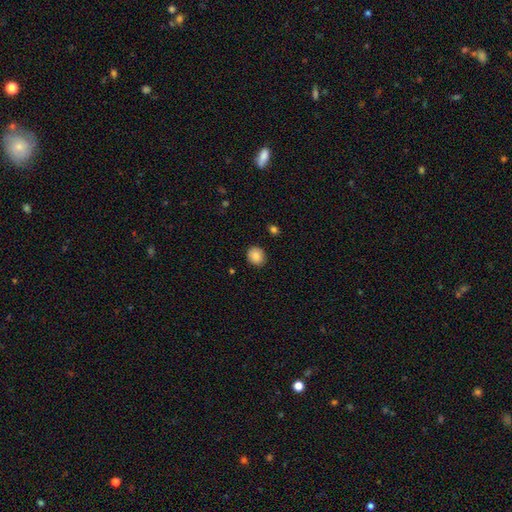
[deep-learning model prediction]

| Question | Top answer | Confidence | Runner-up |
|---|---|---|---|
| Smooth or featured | smooth | 88% | star or artifact (8%) |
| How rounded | round | 73% | in between (26%) |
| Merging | none | 87% | minor disturbance (9%) |